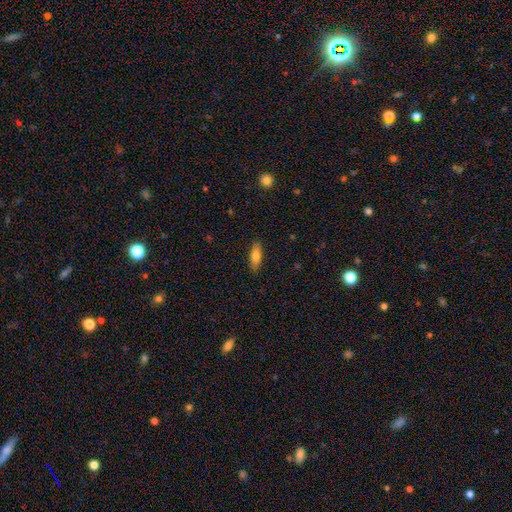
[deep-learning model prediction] smooth 74%, featured or disk 19%, star or artifact 7%. Down the decision tree: how rounded — in between (64%); merging — none (87%).